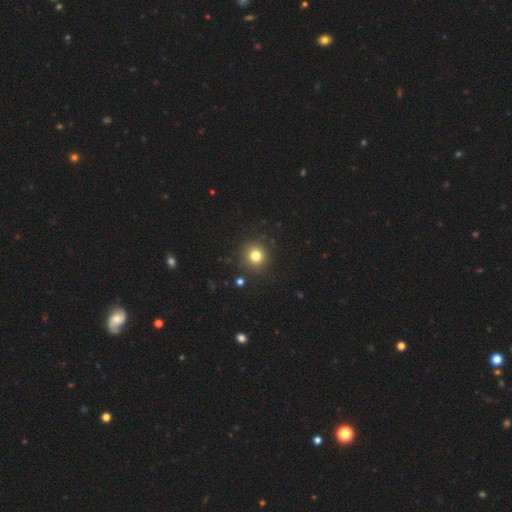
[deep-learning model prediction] Smooth or featured?
  - smooth: 80% *
  - star or artifact: 13%
  - featured or disk: 7%
How rounded?
  - round: 93% *
  - in between: 6%
  - cigar-shaped: 1%
Merging?
  - none: 89% *
  - minor disturbance: 6%
  - major disturbance: 2%
  - merger: 2%